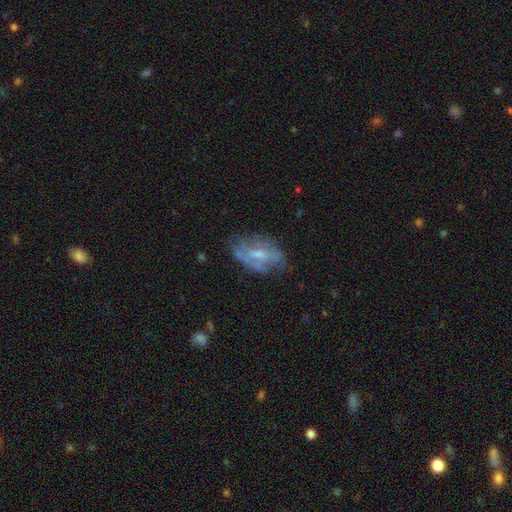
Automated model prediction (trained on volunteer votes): The model was most divided on "bar": no: 43%, weak: 42%, strong: 15%. Remaining: edge-on disk — no (91%); merging — none (60%); smooth or featured — featured or disk (58%); spiral arms — yes (51%); bulge size — moderate (44%).